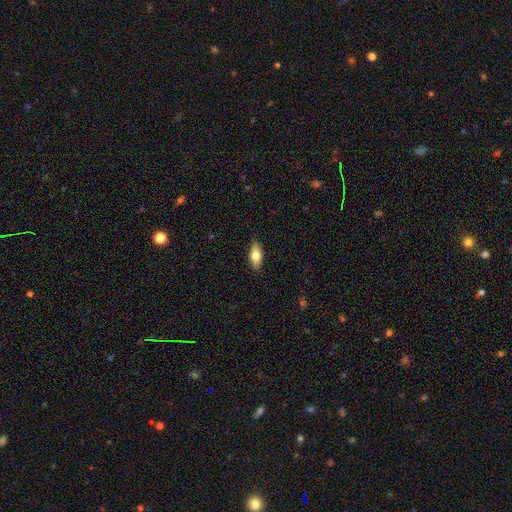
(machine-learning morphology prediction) Smooth or featured? smooth (71%)
How rounded? in between (80%)
Merging? none (88%)